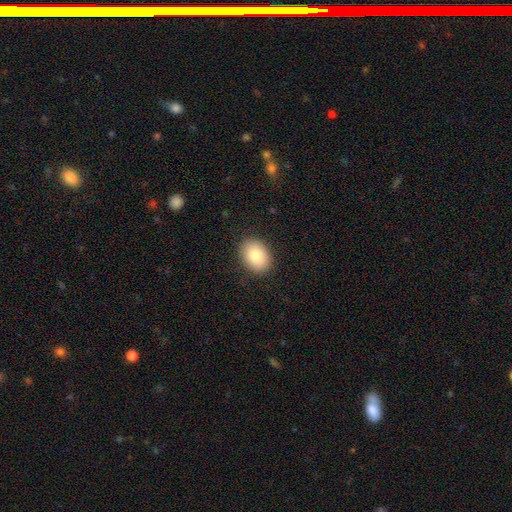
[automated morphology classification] Smooth or featured: smooth — 86% (featured or disk — 8%)
How rounded: in between — 75% (round — 24%)
Merging: none — 87% (minor disturbance — 9%)